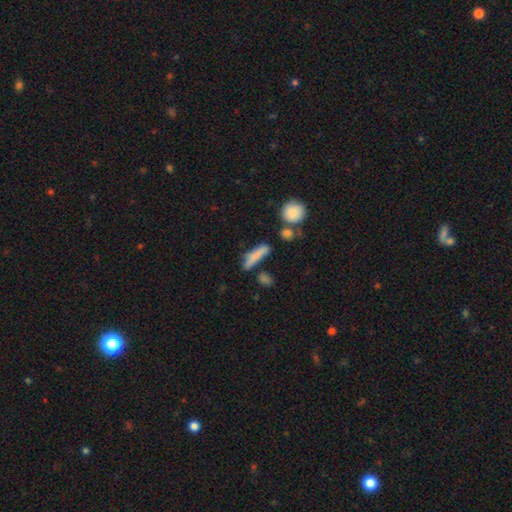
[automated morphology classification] Smooth or featured? Predicted: smooth (p=0.76). How rounded? Predicted: cigar-shaped (p=0.74). Merging? Predicted: none (p=0.61).